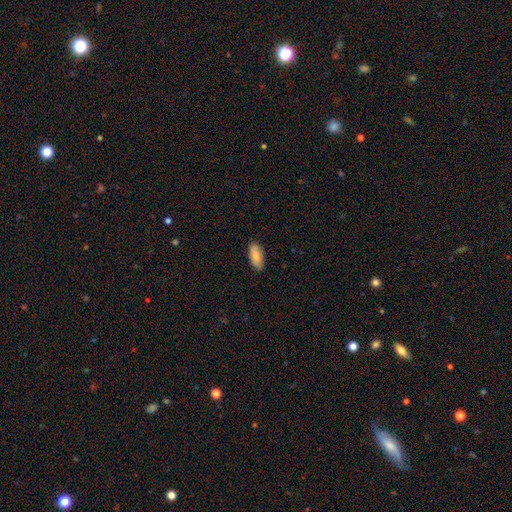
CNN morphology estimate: This is clearly a smooth galaxy (85%). How rounded: clearly in between (89%). Merging: clearly none (87%).